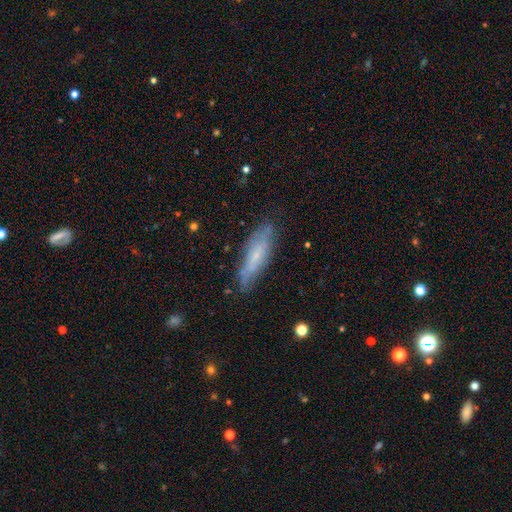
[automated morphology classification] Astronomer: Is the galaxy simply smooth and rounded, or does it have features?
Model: smooth — 50% (runner-up: featured or disk, 42%).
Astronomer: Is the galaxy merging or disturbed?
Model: none — 76%.